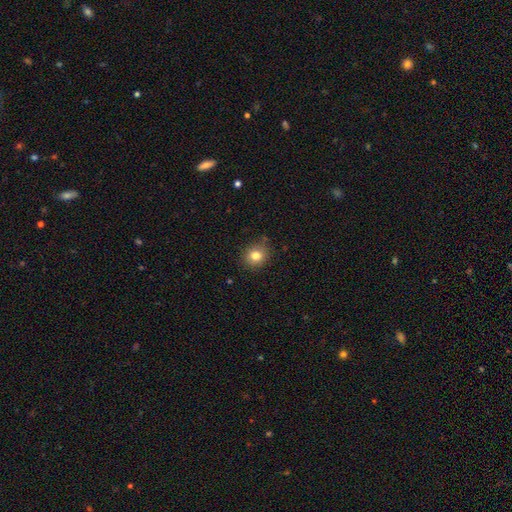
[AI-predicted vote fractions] smooth 81%, star or artifact 12%, featured or disk 8%. Down the decision tree: how rounded — round (80%); merging — none (83%).